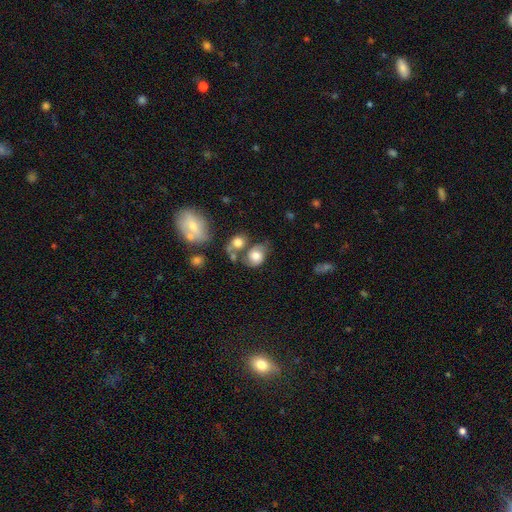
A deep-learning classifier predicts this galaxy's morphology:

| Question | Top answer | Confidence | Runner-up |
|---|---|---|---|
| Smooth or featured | smooth | 58% | featured or disk (33%) |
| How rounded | in between | 51% | round (48%) |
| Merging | none | 37% | merger (26%) |